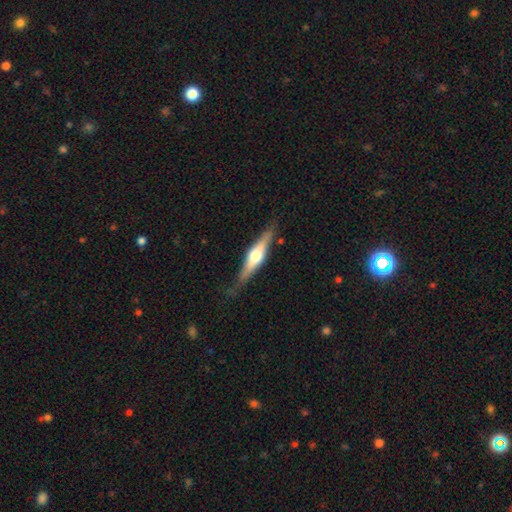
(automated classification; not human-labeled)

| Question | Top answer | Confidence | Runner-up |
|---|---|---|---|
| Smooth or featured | featured or disk | 65% | smooth (30%) |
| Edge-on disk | yes | 94% | no (6%) |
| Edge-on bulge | rounded | 92% | boxy (6%) |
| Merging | none | 79% | minor disturbance (15%) |